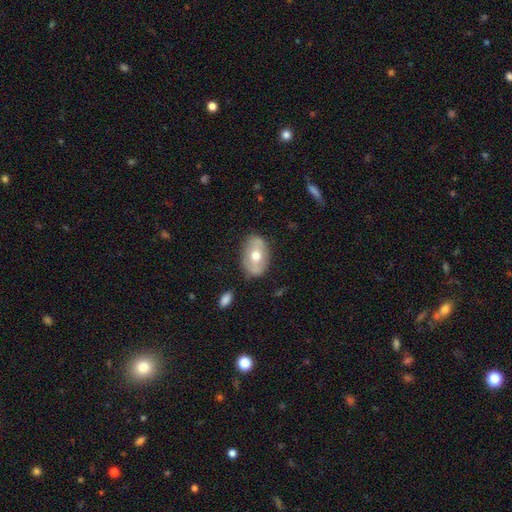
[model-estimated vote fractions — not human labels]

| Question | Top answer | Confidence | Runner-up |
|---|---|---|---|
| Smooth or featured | smooth | 51% | featured or disk (43%) |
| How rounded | in between | 83% | round (15%) |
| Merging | none | 78% | minor disturbance (16%) |